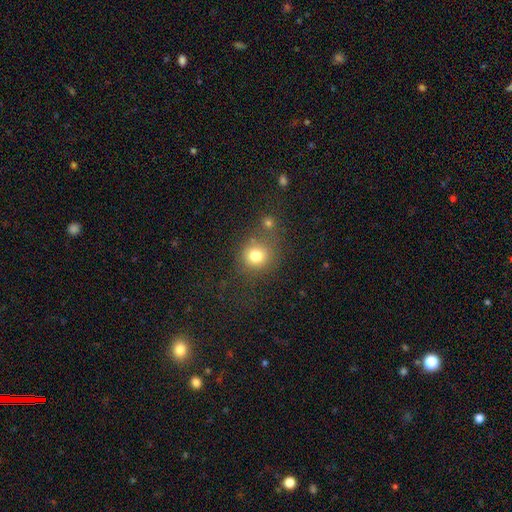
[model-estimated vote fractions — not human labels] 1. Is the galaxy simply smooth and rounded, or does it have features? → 79% smooth, 13% star or artifact, 8% featured or disk.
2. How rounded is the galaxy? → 83% round, 16% in between, 1% cigar-shaped.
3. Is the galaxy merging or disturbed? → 64% none, 15% merger, 14% minor disturbance, 8% major disturbance.